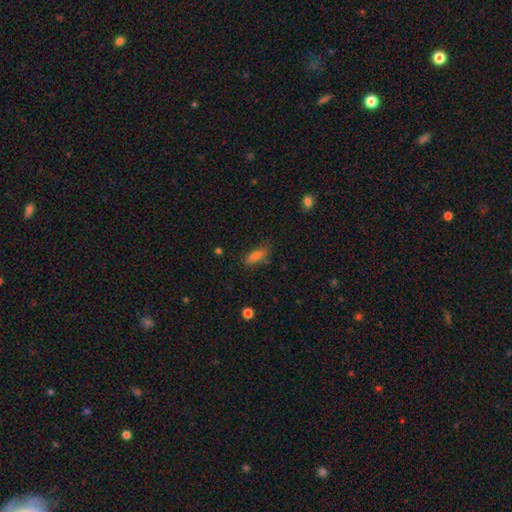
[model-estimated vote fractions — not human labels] A smooth galaxy with no disk features (75%) that is in between round and cigar-shaped (62%). Merging: none (73%).